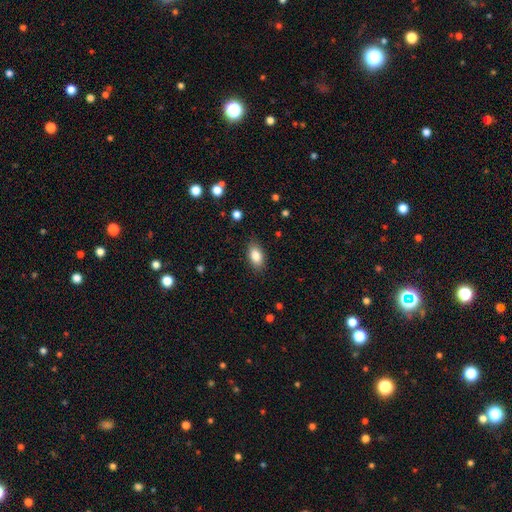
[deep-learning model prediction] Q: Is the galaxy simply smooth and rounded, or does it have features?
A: smooth — 86%.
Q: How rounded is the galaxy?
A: in between — 90%.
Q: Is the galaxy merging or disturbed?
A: none — 84%.